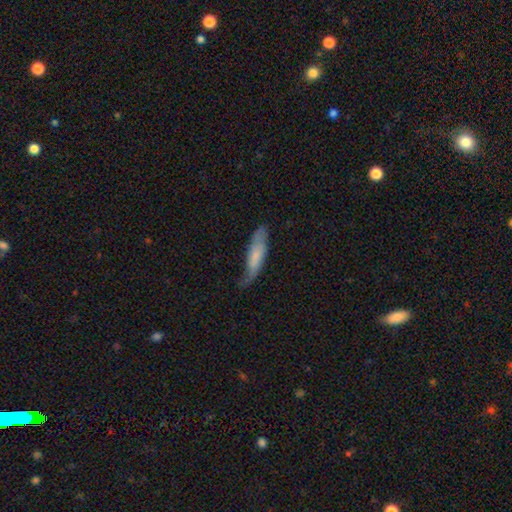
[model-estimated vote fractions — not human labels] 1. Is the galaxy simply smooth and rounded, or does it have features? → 57% smooth, 37% featured or disk, 6% star or artifact.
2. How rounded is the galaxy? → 66% cigar-shaped, 32% in between, 2% round.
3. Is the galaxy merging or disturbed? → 58% none, 30% minor disturbance, 11% major disturbance, 2% merger.